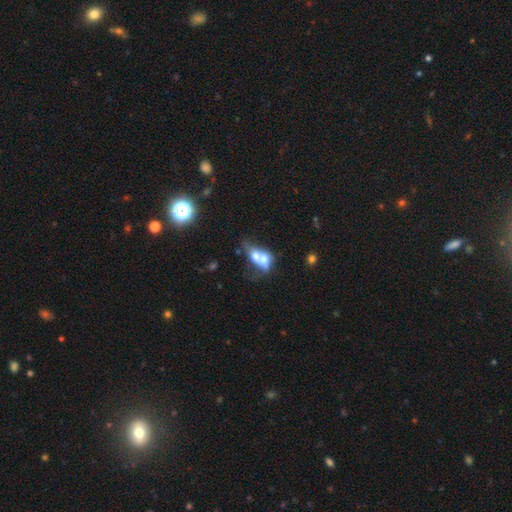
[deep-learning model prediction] Smooth or featured? smooth (56%)
How rounded? in between (64%)
Merging? merger (71%)